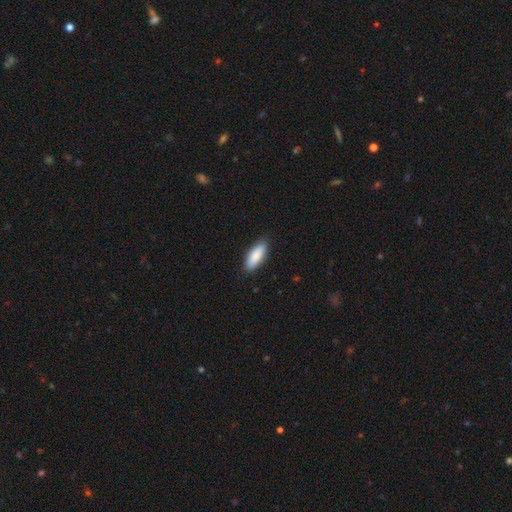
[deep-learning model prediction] smooth-or-featured: smooth: 88% | featured or disk: 6% | star or artifact: 5%
  how-rounded: in between: 73% | cigar-shaped: 25% | round: 2%
  merging: none: 87% | minor disturbance: 10% | major disturbance: 2% | merger: 1%